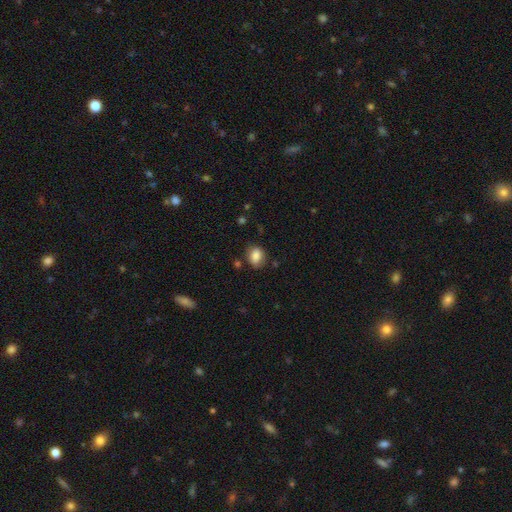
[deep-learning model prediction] This appears to be a smooth galaxy with no disk features (84%) that is in between round and cigar-shaped (61%). Merging: none (77%).